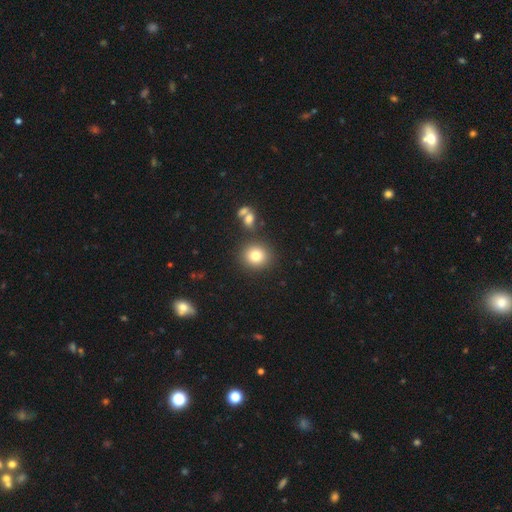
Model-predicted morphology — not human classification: smooth_or_featured: smooth (p=0.80) [alt: star or artifact p=0.12]
how_rounded: round (p=0.85) [alt: in between p=0.14]
merging: none (p=0.83) [alt: minor disturbance p=0.08]